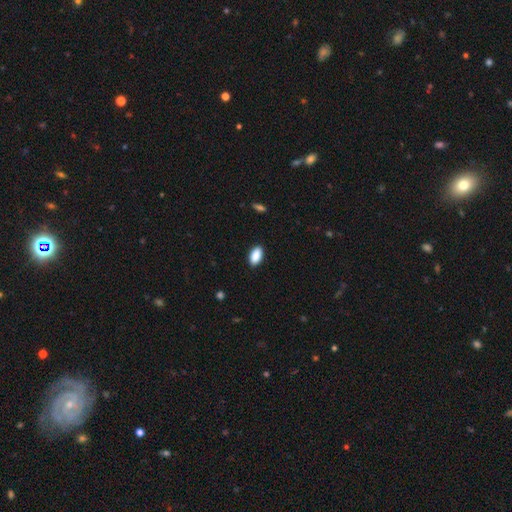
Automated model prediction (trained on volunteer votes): Morphology: type=smooth (90%); roundness=in between (94%); merging=none (88%).